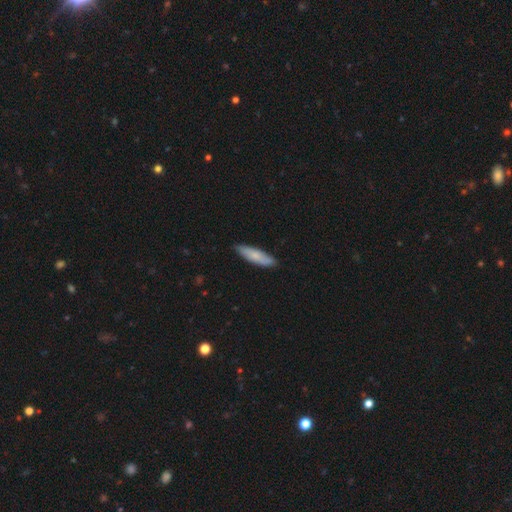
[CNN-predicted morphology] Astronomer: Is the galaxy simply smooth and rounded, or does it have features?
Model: smooth — 72%.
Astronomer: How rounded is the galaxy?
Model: cigar-shaped — 64%.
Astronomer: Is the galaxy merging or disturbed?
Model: none — 81%.